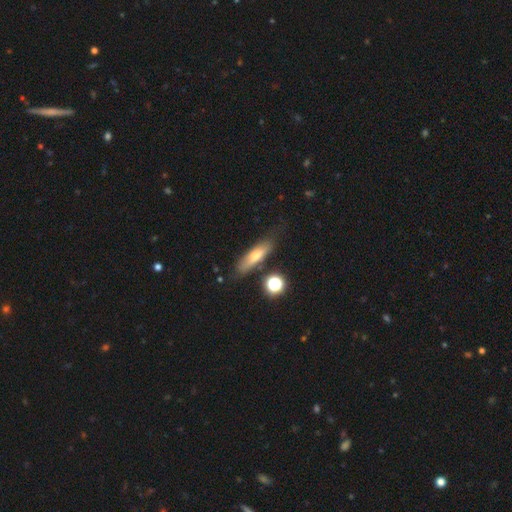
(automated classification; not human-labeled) This appears to be a smooth galaxy with no disk features (56%) that is cigar-shaped (64%). Merging: none (74%).